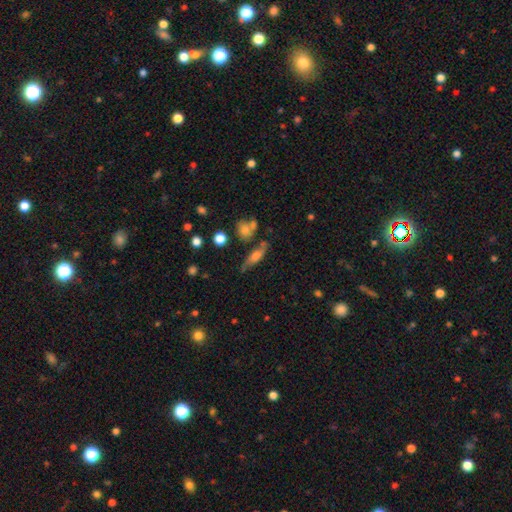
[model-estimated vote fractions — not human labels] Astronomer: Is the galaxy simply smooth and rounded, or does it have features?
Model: smooth — 51% (runner-up: featured or disk, 40%).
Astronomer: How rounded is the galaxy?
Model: cigar-shaped — 49% (runner-up: in between, 45%).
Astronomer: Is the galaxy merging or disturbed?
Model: none — 60%.